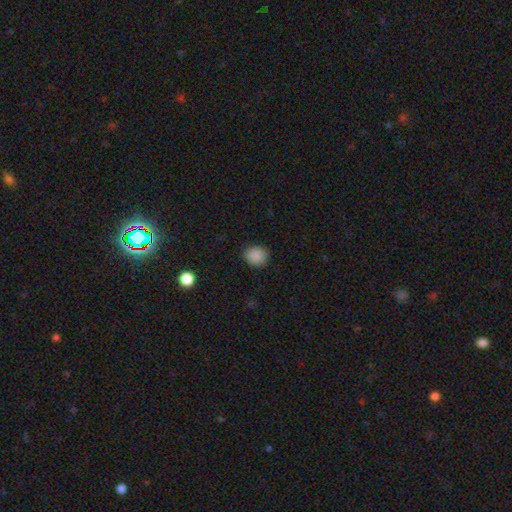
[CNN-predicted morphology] Smooth or featured? smooth (88%)
How rounded? round (72%)
Merging? none (88%)